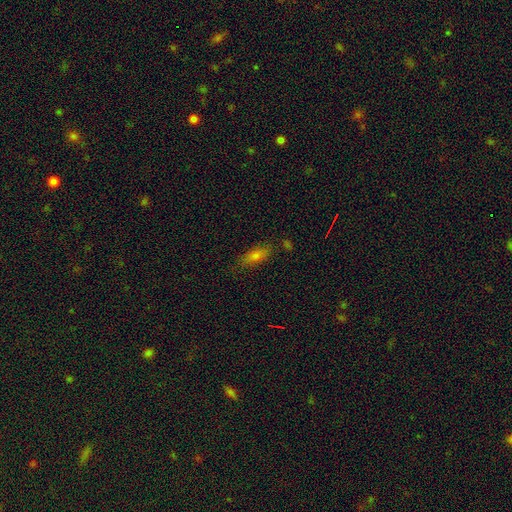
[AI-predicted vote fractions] The model was most divided on "how rounded": in between: 62%, cigar-shaped: 34%, round: 4%. More confident: merging — none (78%); smooth or featured — smooth (68%).